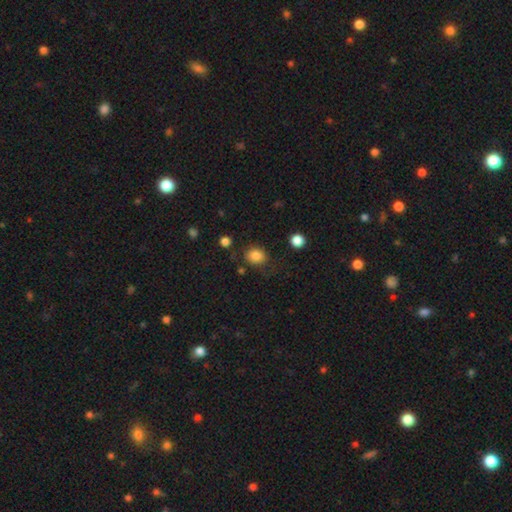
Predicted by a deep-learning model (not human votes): The model was most divided on "how rounded": round: 59%, in between: 40%, cigar-shaped: 1%. More confident: smooth or featured — smooth (84%); merging — none (74%).